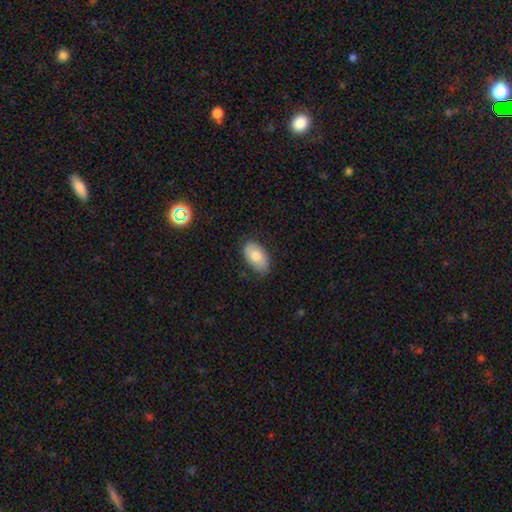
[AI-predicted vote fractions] smooth 74%, featured or disk 19%, star or artifact 7%. Down the decision tree: how rounded — in between (94%); merging — none (77%).